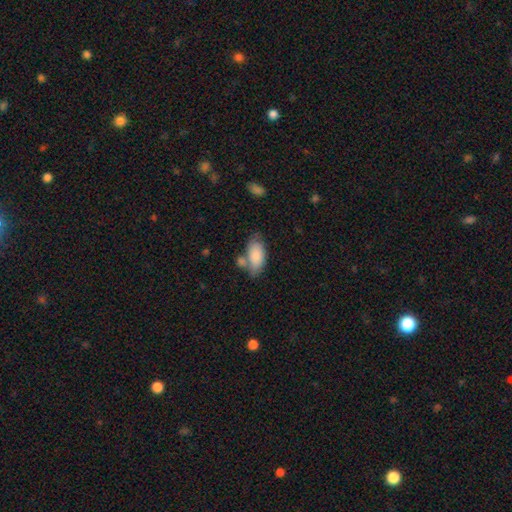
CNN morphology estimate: The model was most divided on "merging": none: 51%, merger: 22%, minor disturbance: 20%, major disturbance: 6%. More confident: how rounded — in between (92%); smooth or featured — smooth (83%).